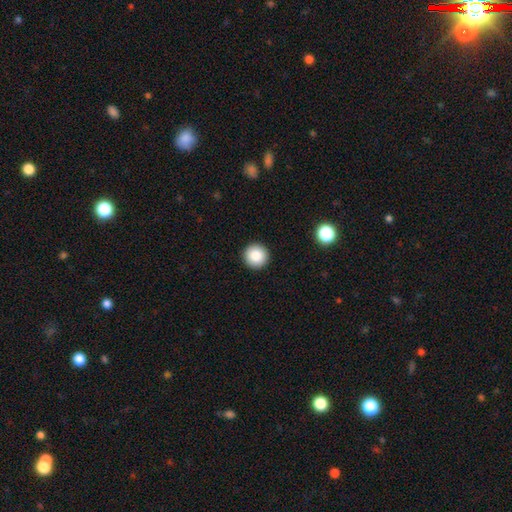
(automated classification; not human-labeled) Morphology: type=smooth (85%); roundness=round (96%); merging=none (93%).